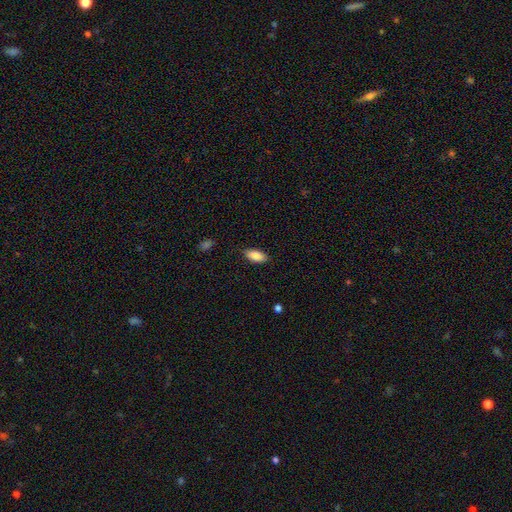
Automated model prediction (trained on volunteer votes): The model was most divided on "merging": none: 84%, minor disturbance: 12%, major disturbance: 2%, merger: 1%. More confident: how rounded — in between (88%); smooth or featured — smooth (86%).